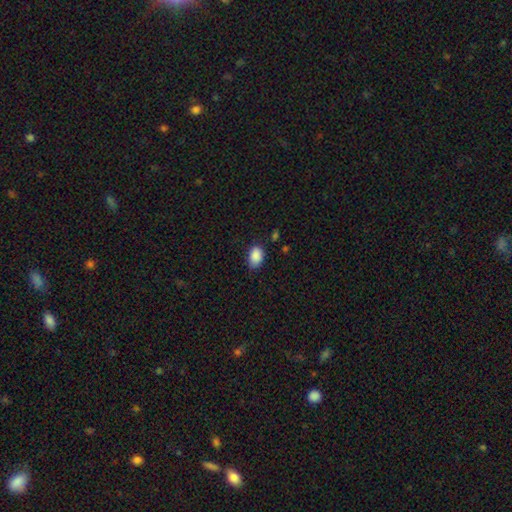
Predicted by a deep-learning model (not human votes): Smooth or featured? Predicted: smooth (p=0.89). How rounded? Predicted: in between (p=0.85). Merging? Predicted: none (p=0.72).